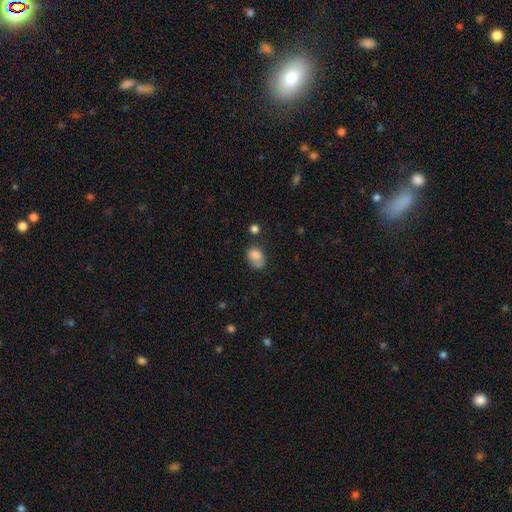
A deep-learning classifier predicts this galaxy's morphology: A smooth galaxy with no disk features (82%) that is in between round and cigar-shaped (78%).

Vote fractions:
- Smooth or featured? smooth: 82% / star or artifact: 9% / featured or disk: 8%
- How rounded? in between: 78% / round: 21% / cigar-shaped: 1%
- Merging? none: 50% / minor disturbance: 30% / major disturbance: 12% / merger: 8%